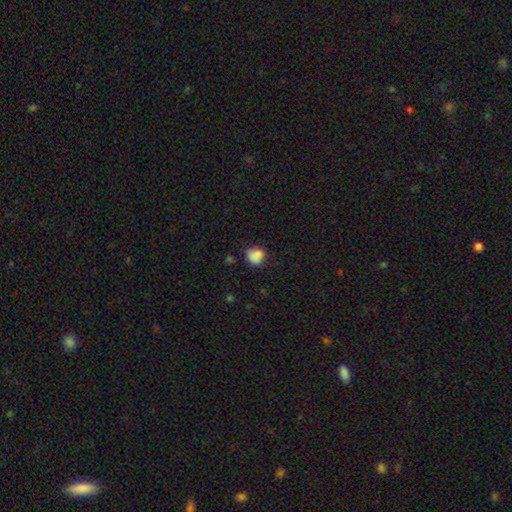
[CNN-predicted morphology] Smooth or featured? Predicted: smooth (p=0.83). How rounded? Predicted: round (p=0.70). Merging? Predicted: none (p=0.60).